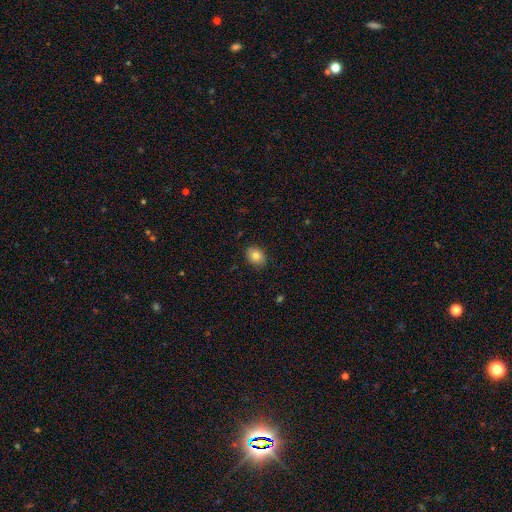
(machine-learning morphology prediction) This is clearly a smooth galaxy (82%). How rounded: likely in between (61%). Merging: clearly none (86%).